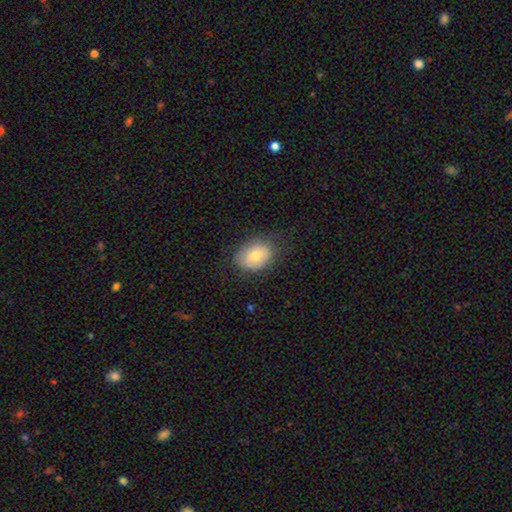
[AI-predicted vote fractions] smooth_or_featured: smooth (p=0.71) [alt: featured or disk p=0.21]
how_rounded: in between (p=0.71) [alt: round p=0.28]
merging: none (p=0.71) [alt: minor disturbance p=0.21]